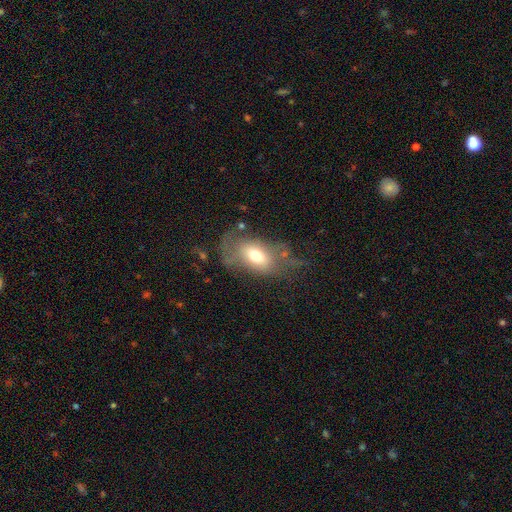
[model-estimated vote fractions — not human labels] A smooth galaxy with no disk features (63%) that is in between round and cigar-shaped (85%). Merging: none (39%).